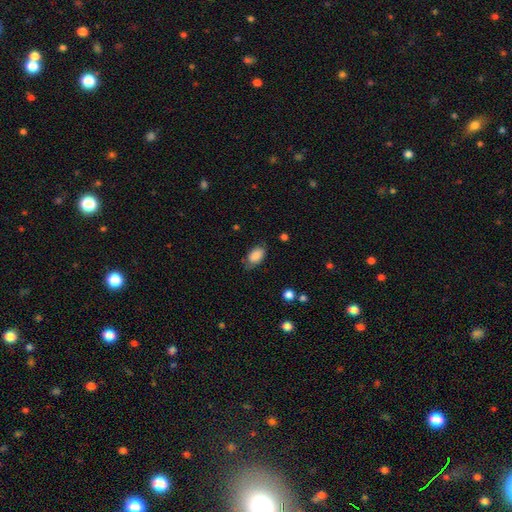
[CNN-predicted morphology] A smooth galaxy with no disk features (86%) that is in between round and cigar-shaped (92%).

Vote fractions:
- Smooth or featured? smooth: 86% / star or artifact: 7% / featured or disk: 7%
- How rounded? in between: 92% / round: 6% / cigar-shaped: 2%
- Merging? none: 69% / minor disturbance: 24% / major disturbance: 6% / merger: 1%